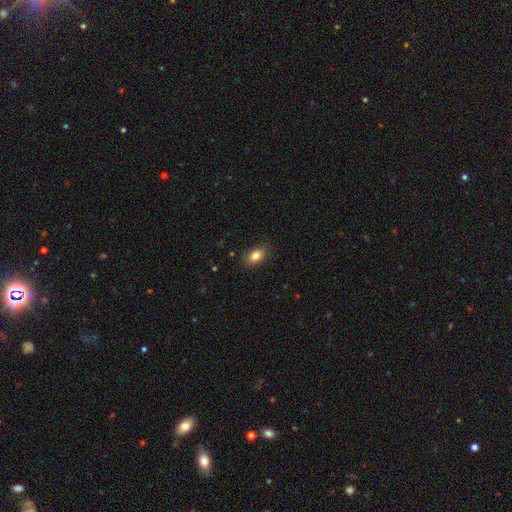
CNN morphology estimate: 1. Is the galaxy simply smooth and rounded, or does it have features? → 85% smooth, 8% star or artifact, 7% featured or disk.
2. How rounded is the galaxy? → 88% in between, 9% round, 2% cigar-shaped.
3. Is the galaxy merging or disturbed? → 86% none, 10% minor disturbance, 2% major disturbance, 1% merger.